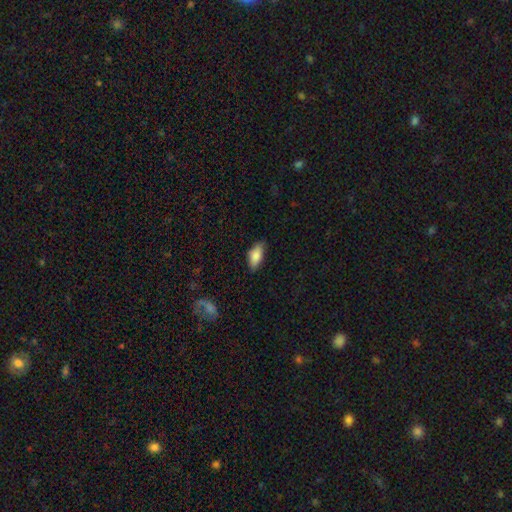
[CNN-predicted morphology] Smooth or featured?
  - smooth: 83% *
  - featured or disk: 10%
  - star or artifact: 6%
How rounded?
  - in between: 86% *
  - cigar-shaped: 12%
  - round: 3%
Merging?
  - none: 77% *
  - minor disturbance: 19%
  - major disturbance: 3%
  - merger: 1%